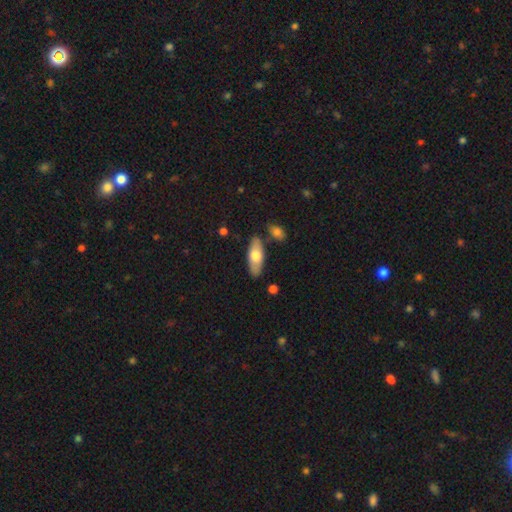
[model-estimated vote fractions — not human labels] Overall: smooth (64%; featured or disk 30%). How rounded: in between (73%). Merging: none (83%).